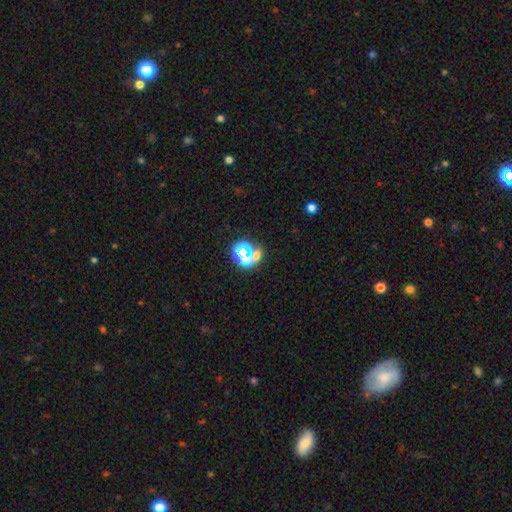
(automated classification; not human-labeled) The model was most divided on "smooth or featured": star or artifact: 49%, smooth: 37%, featured or disk: 13%.